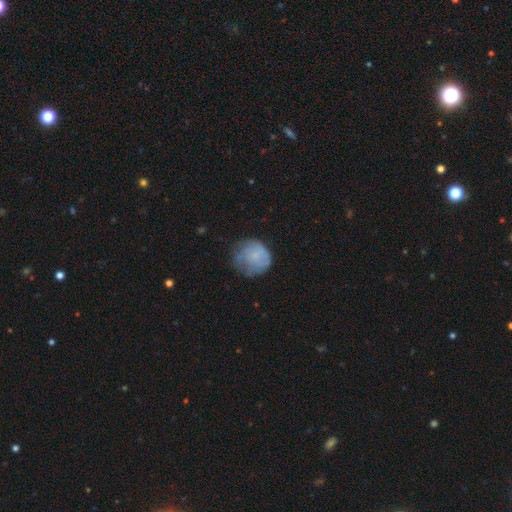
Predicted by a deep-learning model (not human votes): smooth_or_featured: smooth (p=0.63) [alt: featured or disk p=0.29]
how_rounded: round (p=0.83) [alt: in between p=0.16]
merging: none (p=0.55) [alt: minor disturbance p=0.28]